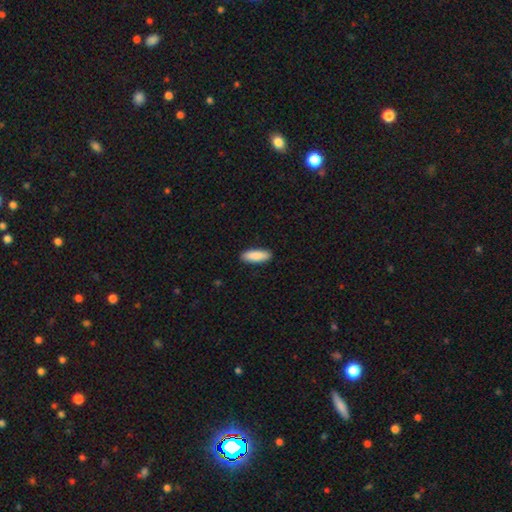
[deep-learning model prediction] Smooth or featured? Predicted: smooth (p=0.89). How rounded? Predicted: in between (p=0.62). Merging? Predicted: none (p=0.90).